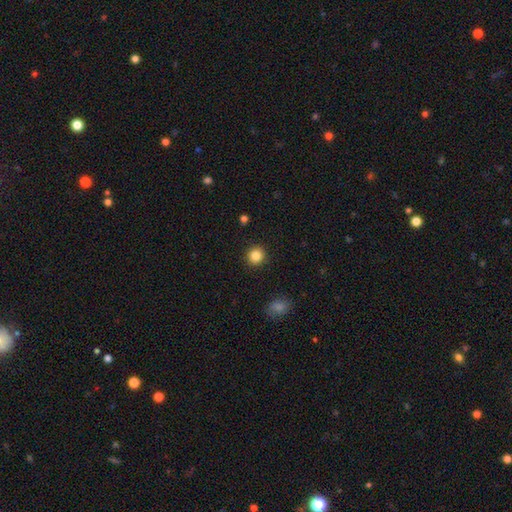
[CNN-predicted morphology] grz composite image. It shows a smooth galaxy with no disk features (85%) that is round (91%). Merging: none (92%).